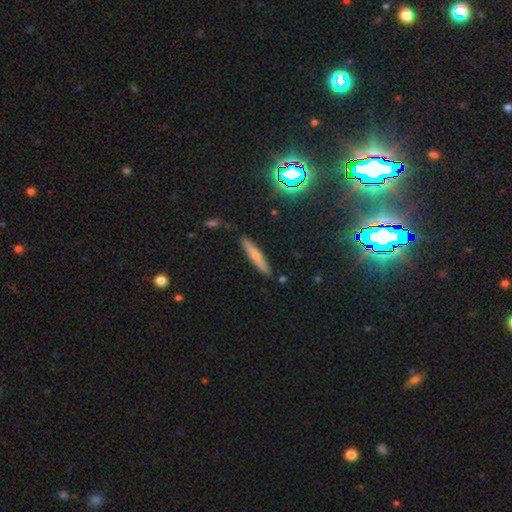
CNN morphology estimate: smooth_or_featured: smooth (p=0.61) [alt: featured or disk p=0.29]
how_rounded: cigar-shaped (p=0.92) [alt: in between p=0.07]
merging: none (p=0.86) [alt: minor disturbance p=0.09]